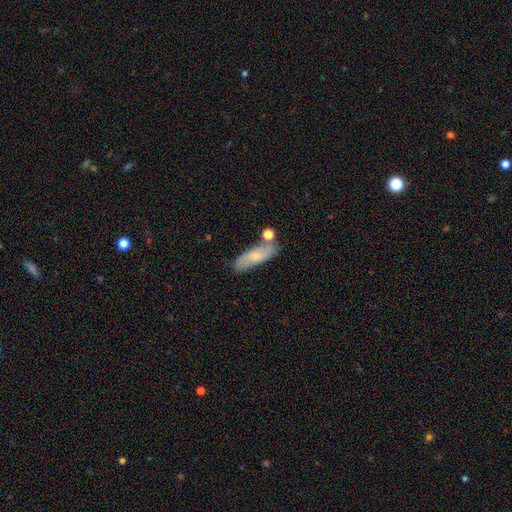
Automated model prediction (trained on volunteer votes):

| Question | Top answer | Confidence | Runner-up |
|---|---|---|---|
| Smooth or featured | smooth | 62% | featured or disk (31%) |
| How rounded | in between | 58% | cigar-shaped (39%) |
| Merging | none | 63% | minor disturbance (18%) |